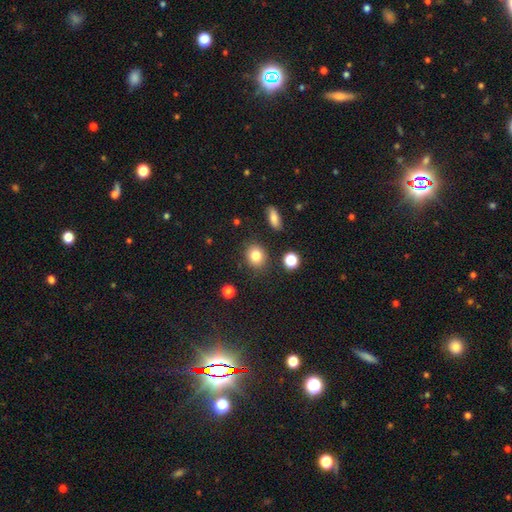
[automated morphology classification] Q: Smooth or featured?
A: smooth (81%); runner-up: star or artifact (11%)
Q: How rounded?
A: round (68%); runner-up: in between (30%)
Q: Merging?
A: none (85%); runner-up: minor disturbance (9%)